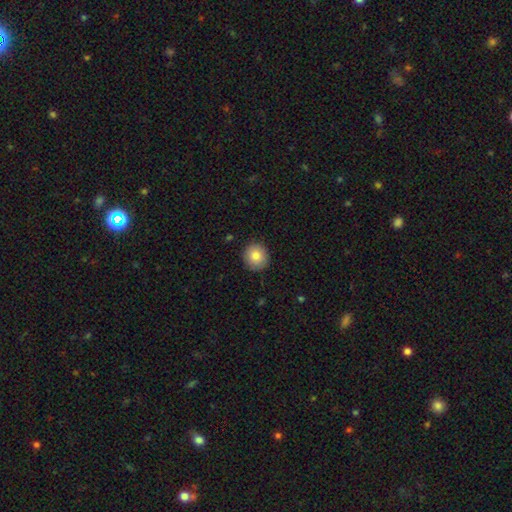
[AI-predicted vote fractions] Smooth or featured: smooth — 83% (featured or disk — 9%)
How rounded: round — 90% (in between — 9%)
Merging: none — 90% (minor disturbance — 8%)